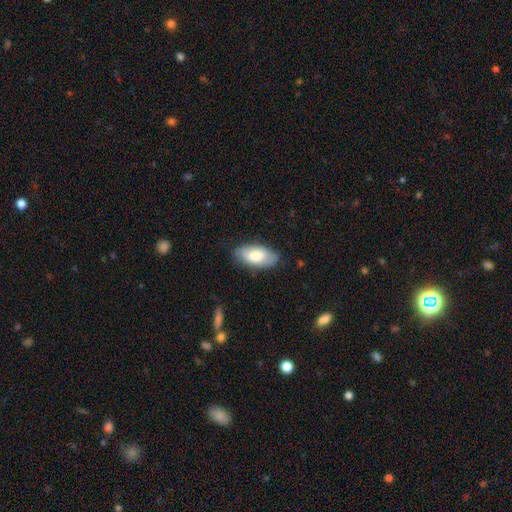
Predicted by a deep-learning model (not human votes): Smooth or featured: smooth — 74% (featured or disk — 20%)
How rounded: in between — 92% (cigar-shaped — 5%)
Merging: none — 79% (minor disturbance — 17%)